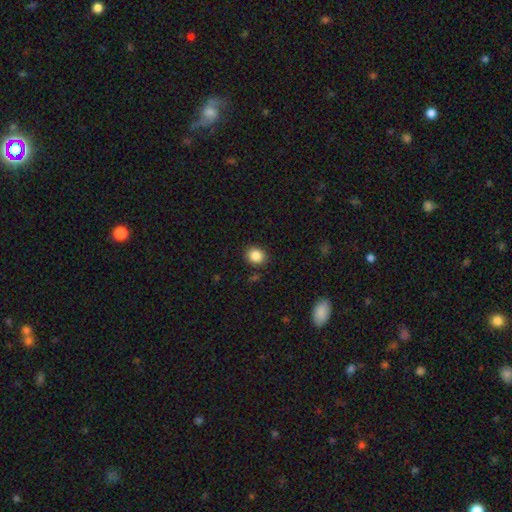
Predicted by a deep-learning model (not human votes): A smooth galaxy with no disk features (87%) that is round (73%). Merging: none (87%).